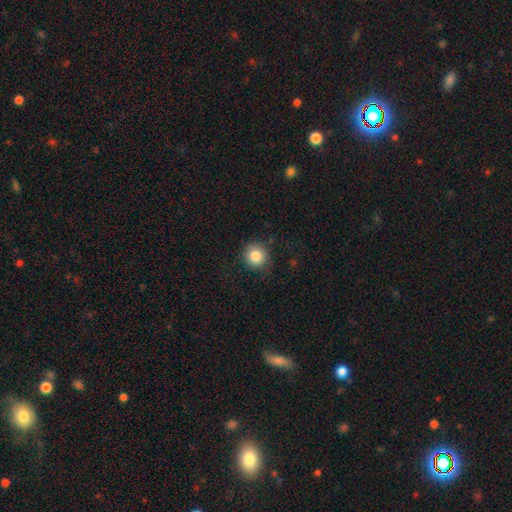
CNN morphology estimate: Smooth or featured?
  - smooth: 85% *
  - star or artifact: 10%
  - featured or disk: 6%
How rounded?
  - round: 92% *
  - in between: 7%
  - cigar-shaped: 1%
Merging?
  - none: 84% *
  - minor disturbance: 11%
  - major disturbance: 3%
  - merger: 1%